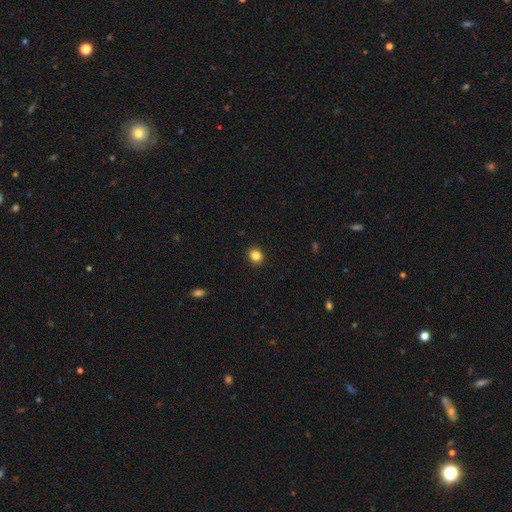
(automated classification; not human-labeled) Morphology: type=smooth (85%); roundness=round (71%); merging=none (92%).